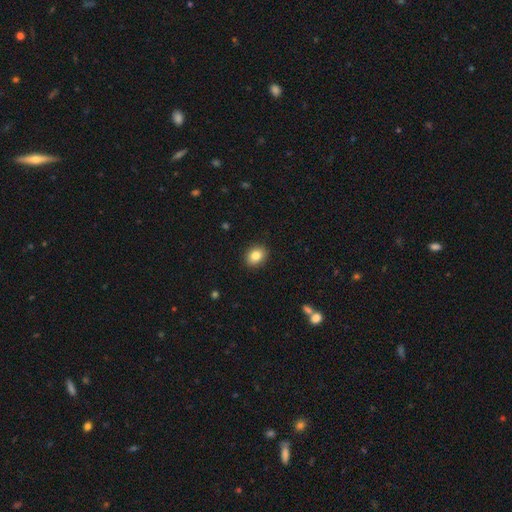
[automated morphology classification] A smooth galaxy with no disk features (83%) that is in between round and cigar-shaped (50%).

Vote fractions:
- Smooth or featured? smooth: 83% / star or artifact: 9% / featured or disk: 8%
- How rounded? in between: 50% / round: 49% / cigar-shaped: 1%
- Merging? none: 90% / minor disturbance: 7% / major disturbance: 2% / merger: 1%